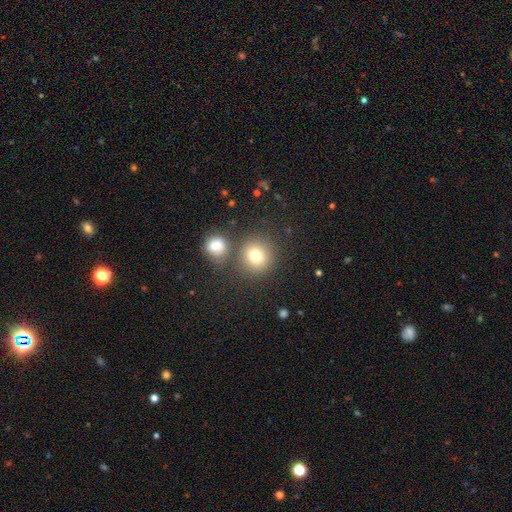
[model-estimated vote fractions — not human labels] Morphology: type=smooth (78%); roundness=round (89%); merging=none (72%).